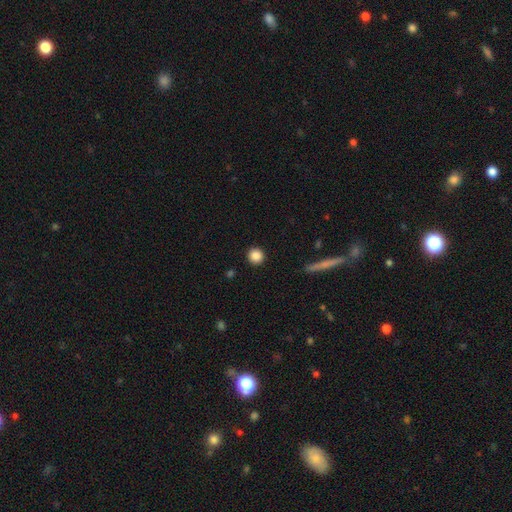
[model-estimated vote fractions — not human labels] smooth-or-featured: smooth: 86% | star or artifact: 9% | featured or disk: 4%
  how-rounded: round: 95% | in between: 4% | cigar-shaped: 1%
  merging: none: 92% | minor disturbance: 5% | major disturbance: 2% | merger: 1%